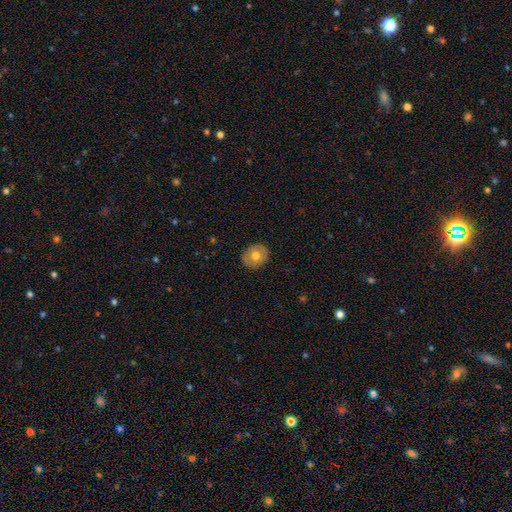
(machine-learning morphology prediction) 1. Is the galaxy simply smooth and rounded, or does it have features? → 63% smooth, 30% featured or disk, 7% star or artifact.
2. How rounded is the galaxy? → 71% round, 28% in between, 1% cigar-shaped.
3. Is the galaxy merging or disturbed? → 88% none, 9% minor disturbance, 2% major disturbance, 1% merger.